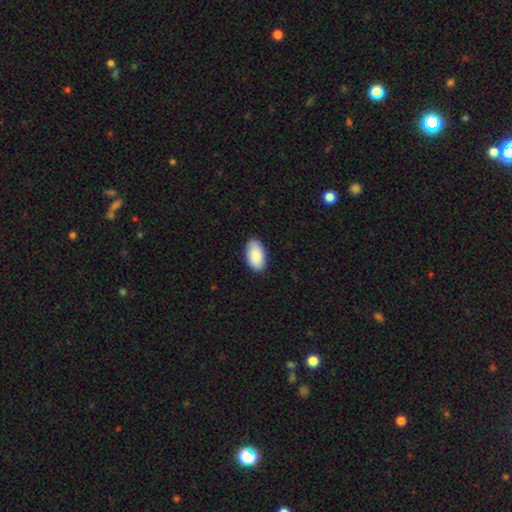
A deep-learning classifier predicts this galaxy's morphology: type=smooth (90%); roundness=in between (96%); merging=none (88%).